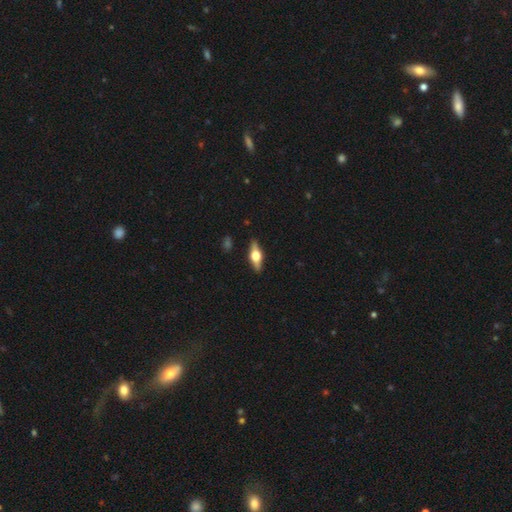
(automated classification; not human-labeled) Morphology: type=featured or disk (59%); edge-on=yes (93%); edge-on bulge=rounded (95%); merging=none (87%).